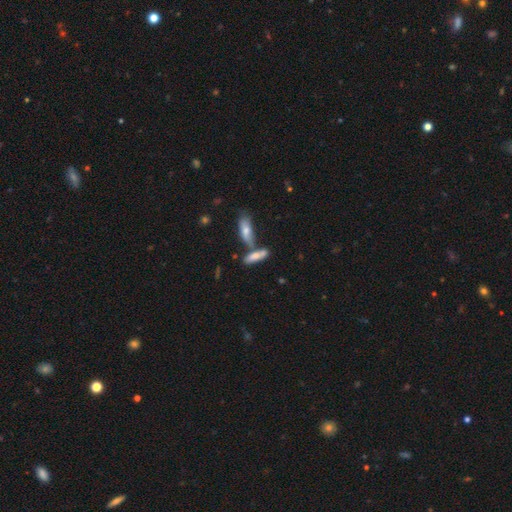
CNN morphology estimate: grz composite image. It shows a smooth galaxy with no disk features (72%) that is cigar-shaped (51%). Merging: merger (47%).